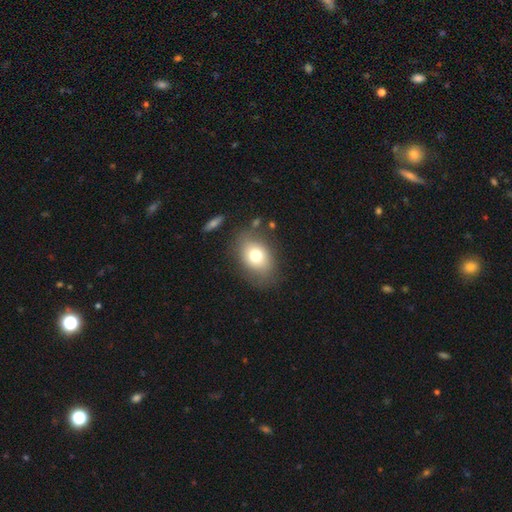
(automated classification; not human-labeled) This appears to be a smooth galaxy with no disk features (73%) that is in between round and cigar-shaped (73%). Merging: none (74%).